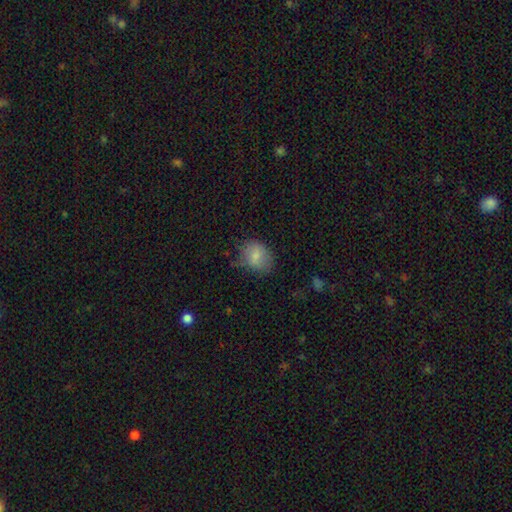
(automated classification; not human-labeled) A smooth galaxy with no disk features (78%) that is in between round and cigar-shaped (50%).

Vote fractions:
- Smooth or featured? smooth: 78% / featured or disk: 13% / star or artifact: 9%
- How rounded? in between: 50% / round: 49% / cigar-shaped: 1%
- Merging? none: 61% / minor disturbance: 28% / major disturbance: 10% / merger: 2%